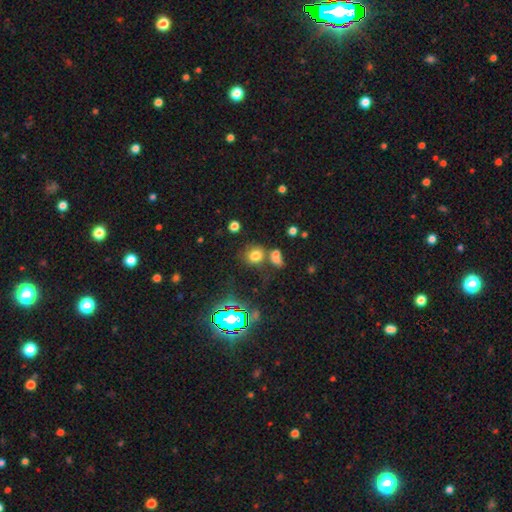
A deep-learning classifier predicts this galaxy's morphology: smooth_or_featured: smooth (p=0.67) [alt: star or artifact p=0.24]
how_rounded: round (p=0.76) [alt: in between p=0.22]
merging: none (p=0.59) [alt: merger p=0.23]